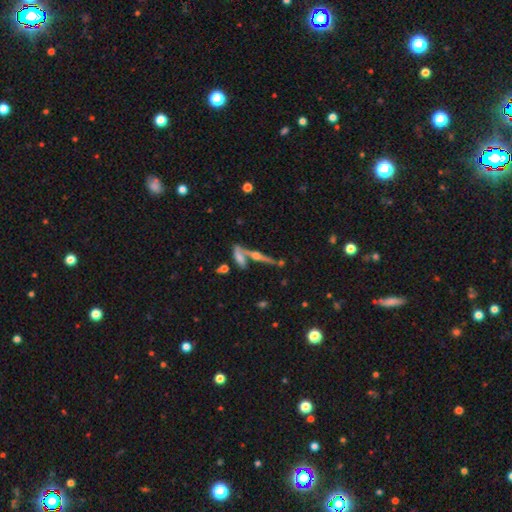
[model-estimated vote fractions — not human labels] smooth-or-featured: featured or disk: 57% | smooth: 28% | star or artifact: 15%
  disk-edge-on: yes: 82% | no: 18%
  merging: none: 43% | merger: 41% | minor disturbance: 9% | major disturbance: 6%